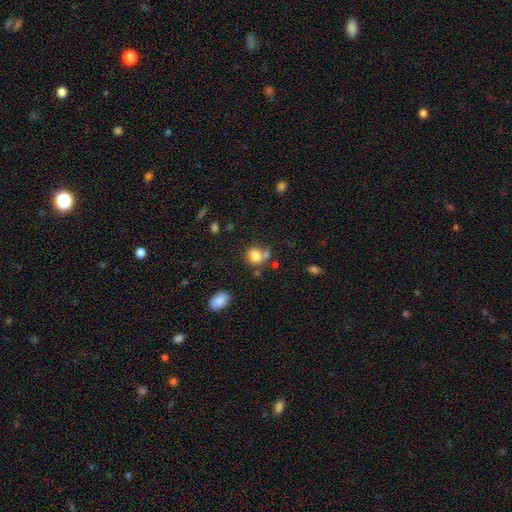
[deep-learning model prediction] smooth_or_featured: smooth (p=0.81) [alt: star or artifact p=0.10]
how_rounded: round (p=0.73) [alt: in between p=0.26]
merging: none (p=0.51) [alt: merger p=0.26]